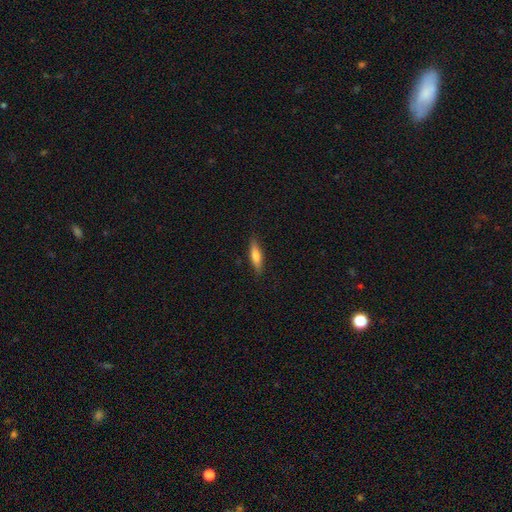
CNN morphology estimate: smooth 71%, featured or disk 23%, star or artifact 6%. Down the decision tree: how rounded — cigar-shaped (68%); merging — none (86%).